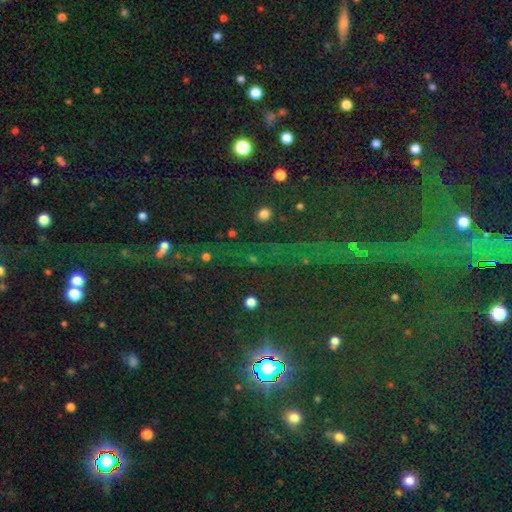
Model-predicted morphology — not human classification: This is clearly a star or artifact rather than a galaxy (84%).